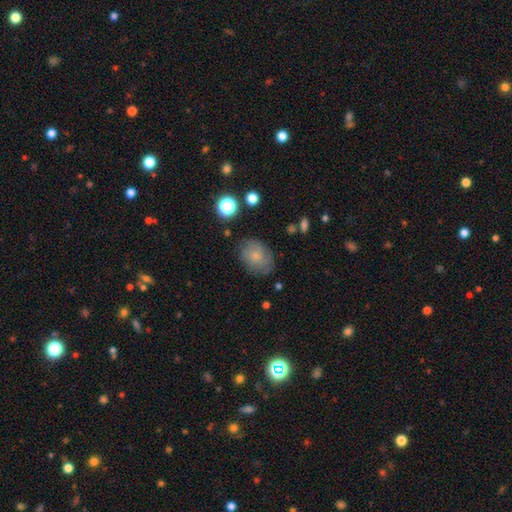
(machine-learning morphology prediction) Smooth or featured?
  - smooth: 60% *
  - featured or disk: 29%
  - star or artifact: 11%
How rounded?
  - in between: 65% *
  - round: 34%
  - cigar-shaped: 1%
Merging?
  - none: 74% *
  - minor disturbance: 19%
  - major disturbance: 6%
  - merger: 2%